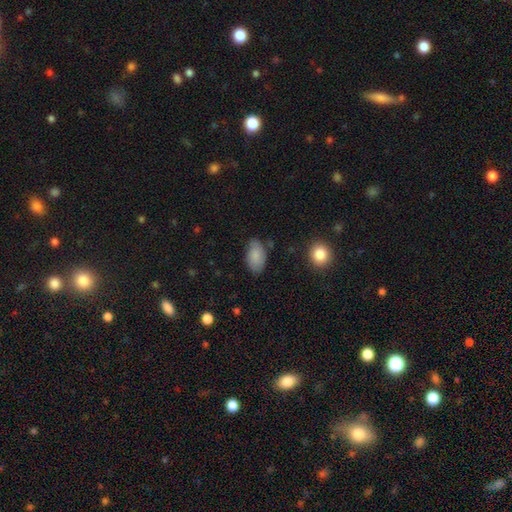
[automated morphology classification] smooth-or-featured: smooth: 80% | featured or disk: 13% | star or artifact: 7%
  how-rounded: in between: 94% | round: 5% | cigar-shaped: 2%
  merging: none: 72% | minor disturbance: 21% | major disturbance: 5% | merger: 2%